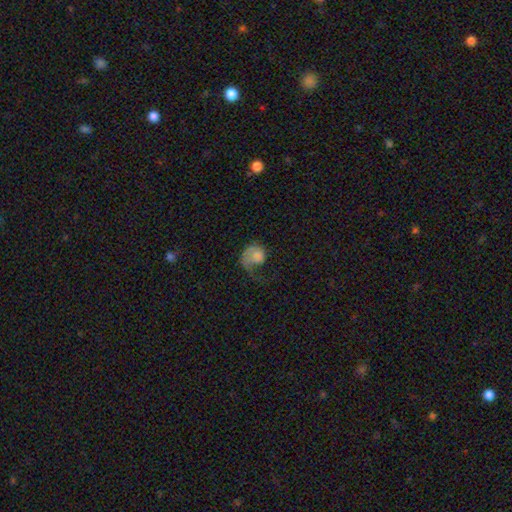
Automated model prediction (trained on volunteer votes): Q: Smooth or featured?
A: smooth (49%); runner-up: featured or disk (42%)
Q: Merging?
A: major disturbance (58%); runner-up: none (23%)